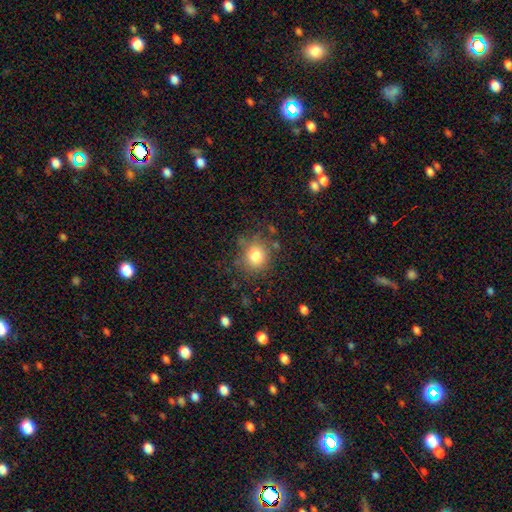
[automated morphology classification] A smooth galaxy with no disk features (80%) that is round (78%).

Vote fractions:
- Smooth or featured? smooth: 80% / star or artifact: 12% / featured or disk: 8%
- How rounded? round: 78% / in between: 21% / cigar-shaped: 1%
- Merging? none: 75% / minor disturbance: 15% / major disturbance: 6% / merger: 4%